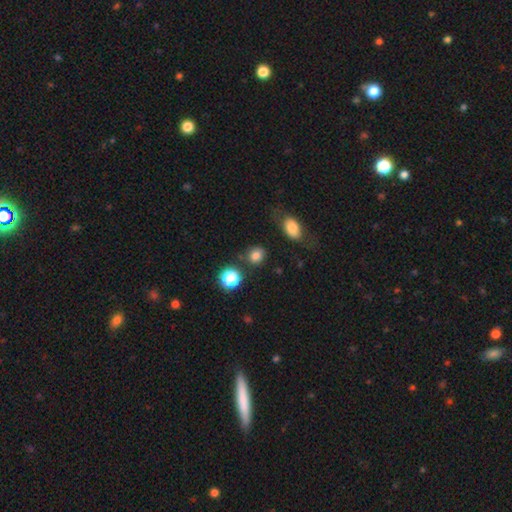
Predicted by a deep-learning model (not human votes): This appears to be a smooth galaxy with no disk features (80%) that is round (75%). Merging: none (79%).